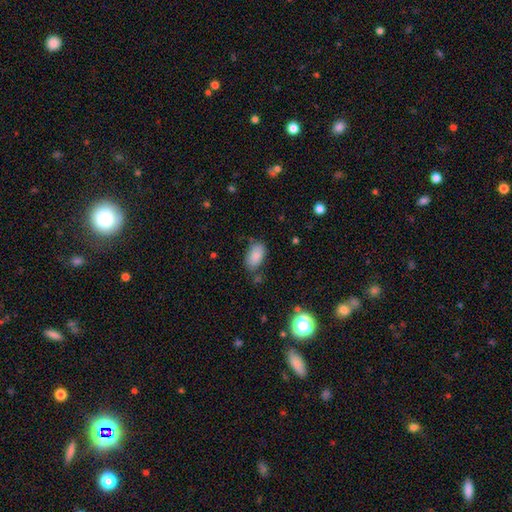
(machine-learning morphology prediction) A smooth galaxy with no disk features (86%) that is in between round and cigar-shaped (94%). Merging: none (72%).